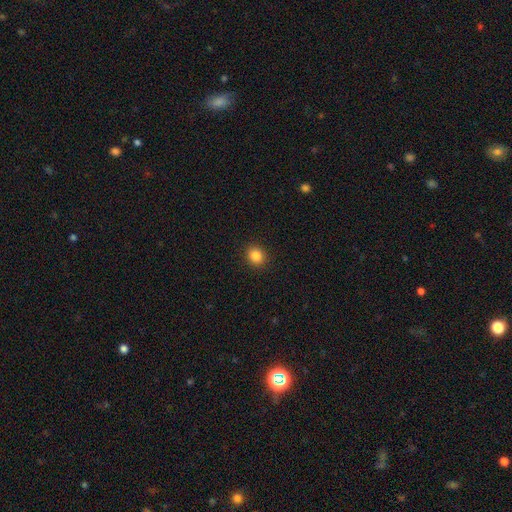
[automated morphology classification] Smooth or featured?
  - smooth: 85% *
  - star or artifact: 11%
  - featured or disk: 4%
How rounded?
  - round: 75% *
  - in between: 24%
  - cigar-shaped: 1%
Merging?
  - none: 92% *
  - minor disturbance: 6%
  - major disturbance: 2%
  - merger: 1%